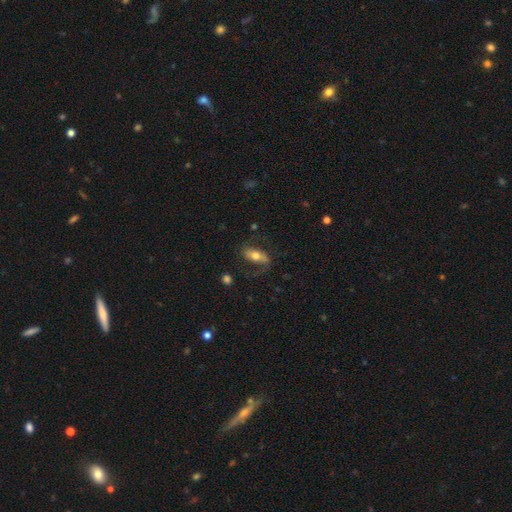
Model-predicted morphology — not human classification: A featured or disk galaxy (52%). Merging: none (67%).